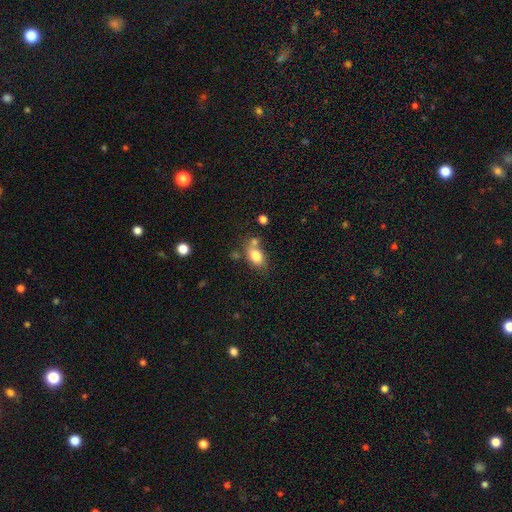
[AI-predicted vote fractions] This is clearly a smooth galaxy (80%). How rounded: likely in between (79%). Merging: possibly none (54%).